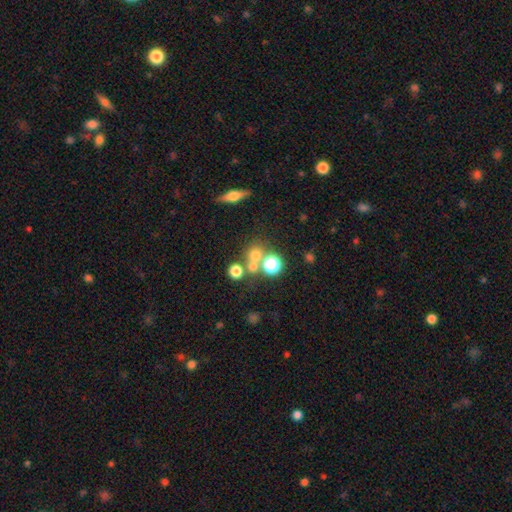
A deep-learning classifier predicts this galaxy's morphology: A smooth galaxy with no disk features (63%) that is round (88%).

Vote fractions:
- Smooth or featured? smooth: 63% / star or artifact: 23% / featured or disk: 14%
- How rounded? round: 88% / in between: 11% / cigar-shaped: 2%
- Merging? none: 57% / merger: 31% / minor disturbance: 8% / major disturbance: 4%